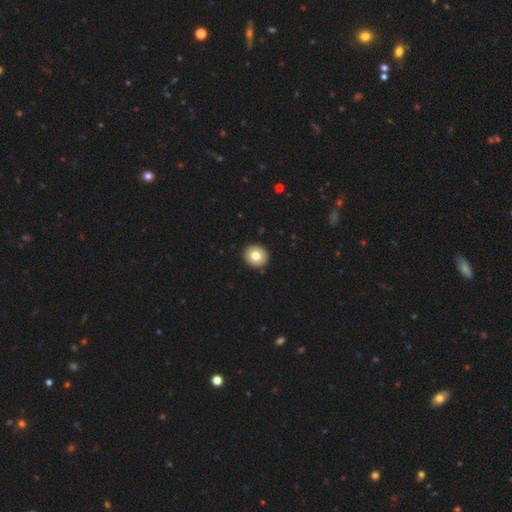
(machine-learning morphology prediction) smooth 80%, featured or disk 11%, star or artifact 9%. Down the decision tree: how rounded — round (89%); merging — none (93%).